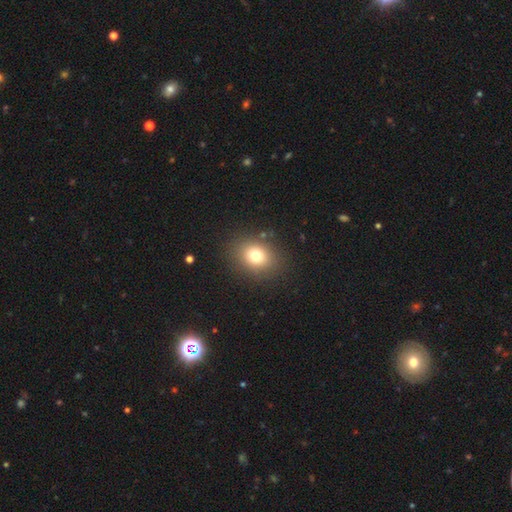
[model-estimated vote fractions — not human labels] A smooth galaxy with no disk features (76%) that is round (51%).

Vote fractions:
- Smooth or featured? smooth: 76% / star or artifact: 14% / featured or disk: 11%
- How rounded? round: 51% / in between: 48% / cigar-shaped: 1%
- Merging? none: 86% / minor disturbance: 8% / major disturbance: 4% / merger: 2%